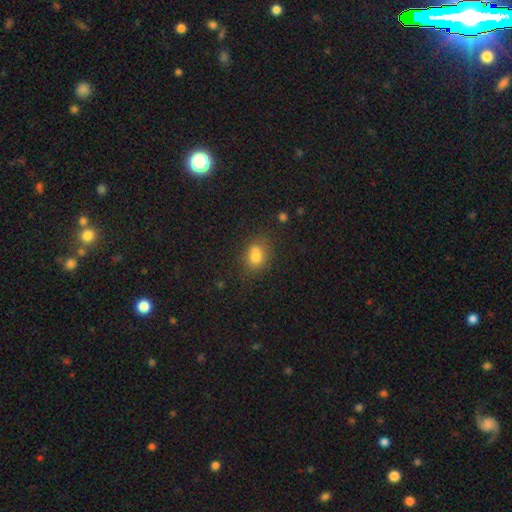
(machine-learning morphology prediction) smooth_or_featured: smooth (p=0.75) [alt: star or artifact p=0.14]
how_rounded: in between (p=0.51) [alt: round p=0.47]
merging: none (p=0.48) [alt: merger p=0.28]